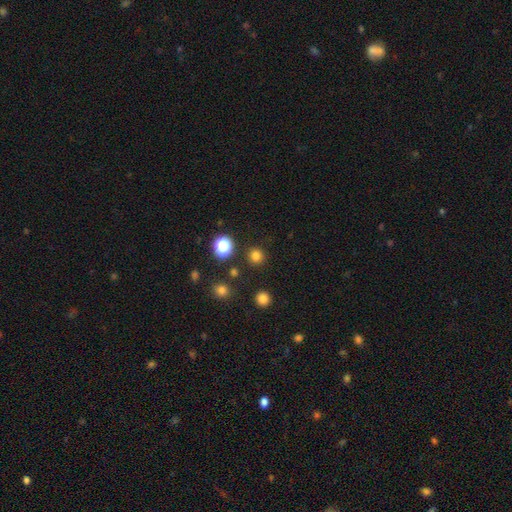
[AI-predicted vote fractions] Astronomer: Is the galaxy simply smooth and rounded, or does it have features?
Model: smooth — 78%.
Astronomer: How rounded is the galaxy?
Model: round — 94%.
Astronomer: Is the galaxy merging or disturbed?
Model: none — 89%.